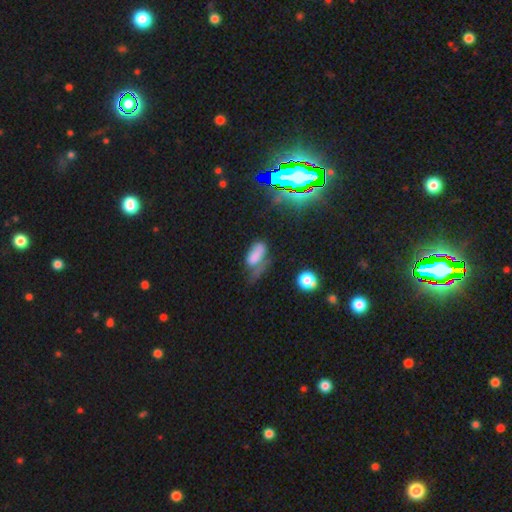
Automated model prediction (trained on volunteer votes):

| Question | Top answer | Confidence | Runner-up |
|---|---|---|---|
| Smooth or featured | smooth | 68% | featured or disk (18%) |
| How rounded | in between | 84% | cigar-shaped (11%) |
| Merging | major disturbance | 41% | minor disturbance (29%) |